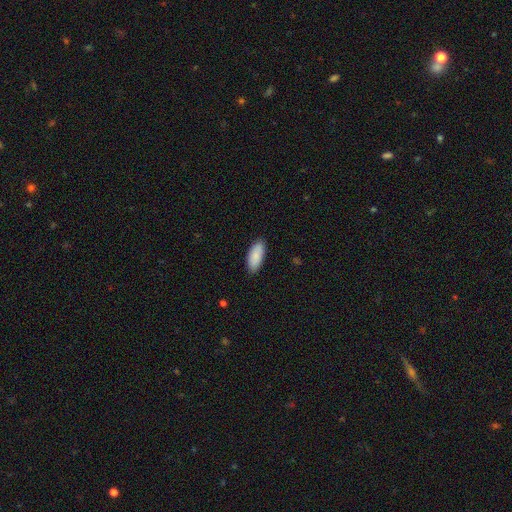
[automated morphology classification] This is clearly a smooth galaxy (88%). How rounded: clearly in between (84%). Merging: clearly none (88%).